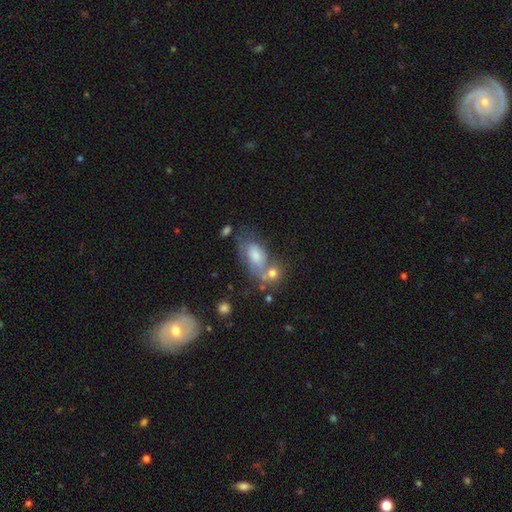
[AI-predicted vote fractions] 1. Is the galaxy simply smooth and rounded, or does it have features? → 55% smooth, 31% featured or disk, 14% star or artifact.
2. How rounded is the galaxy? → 83% in between, 11% round, 6% cigar-shaped.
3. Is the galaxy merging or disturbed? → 40% none, 30% merger, 19% minor disturbance, 11% major disturbance.